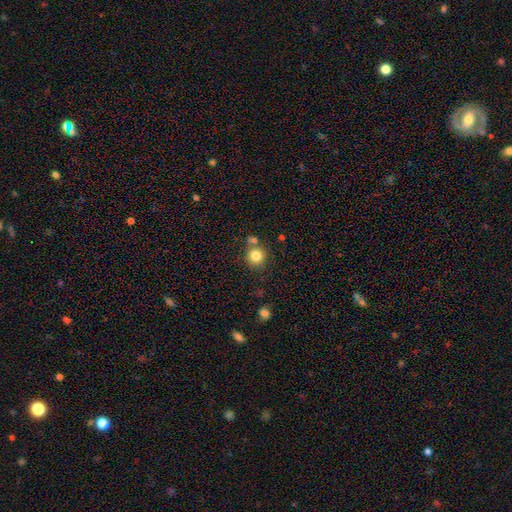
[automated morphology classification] type=smooth (81%); roundness=round (92%); merging=none (72%).